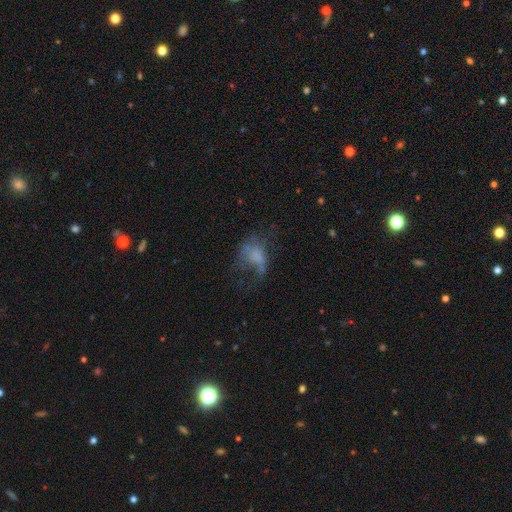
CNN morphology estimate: Smooth or featured? smooth (43%)
Merging? major disturbance (49%)